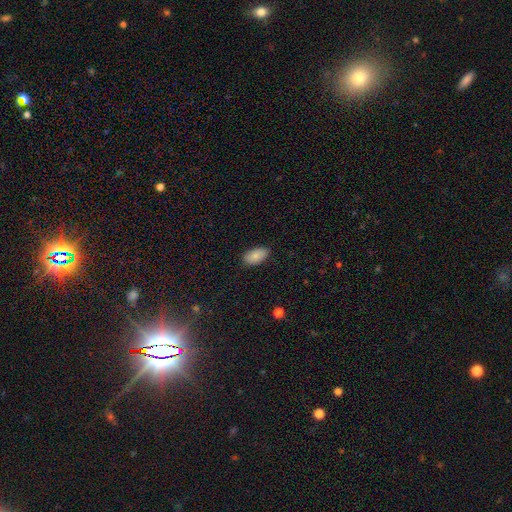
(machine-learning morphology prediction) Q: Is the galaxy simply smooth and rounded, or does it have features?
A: smooth — 84%.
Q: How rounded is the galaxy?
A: in between — 94%.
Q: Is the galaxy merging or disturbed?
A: none — 86%.